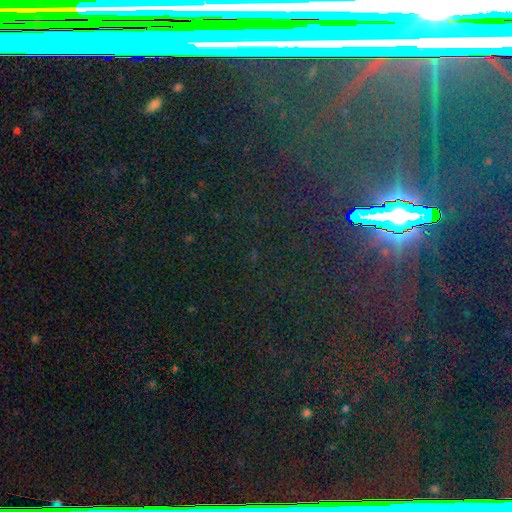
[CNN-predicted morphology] A star or artifact, not a galaxy (80%).